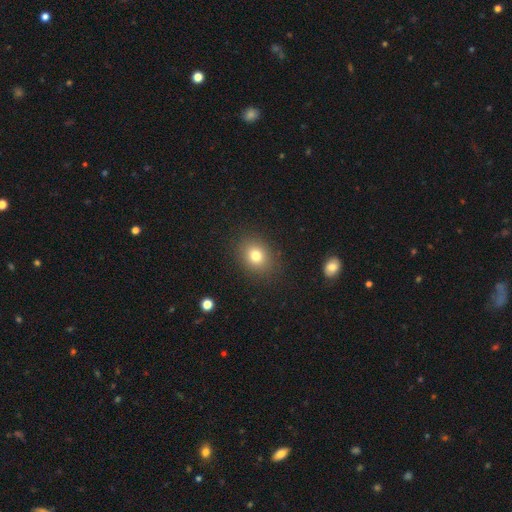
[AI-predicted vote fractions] Smooth or featured: smooth — 78% (star or artifact — 12%)
How rounded: round — 54% (in between — 45%)
Merging: none — 87% (minor disturbance — 8%)